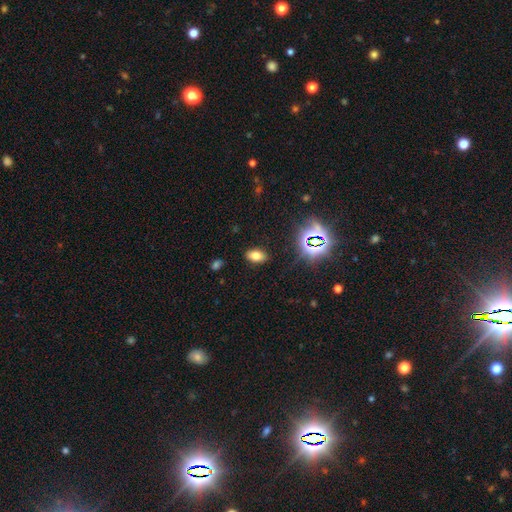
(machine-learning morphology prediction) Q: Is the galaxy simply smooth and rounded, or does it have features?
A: smooth — 69%.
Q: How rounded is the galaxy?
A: in between — 89%.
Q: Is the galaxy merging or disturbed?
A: none — 88%.